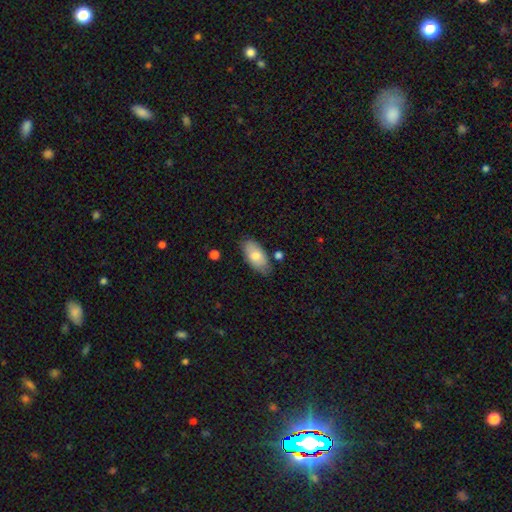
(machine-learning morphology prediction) type=smooth (76%); roundness=in between (93%); merging=none (75%).